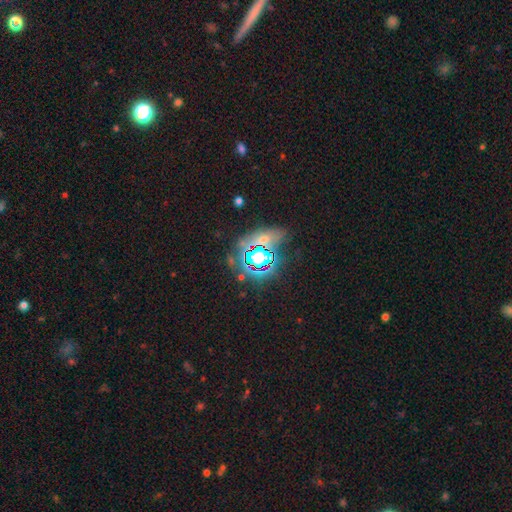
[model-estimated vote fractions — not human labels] Smooth or featured? star or artifact (65%)